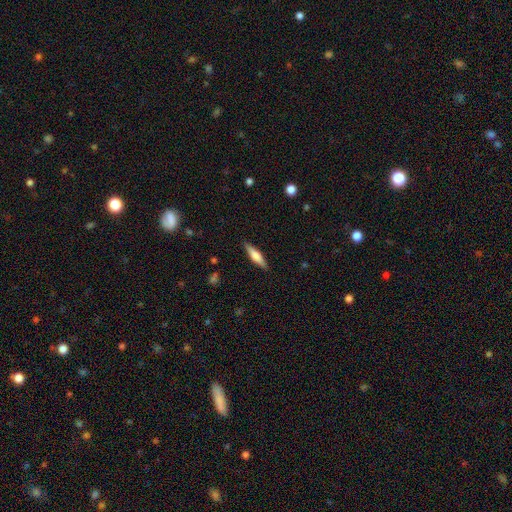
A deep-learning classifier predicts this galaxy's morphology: Smooth or featured? smooth (56%)
How rounded? cigar-shaped (76%)
Merging? none (89%)